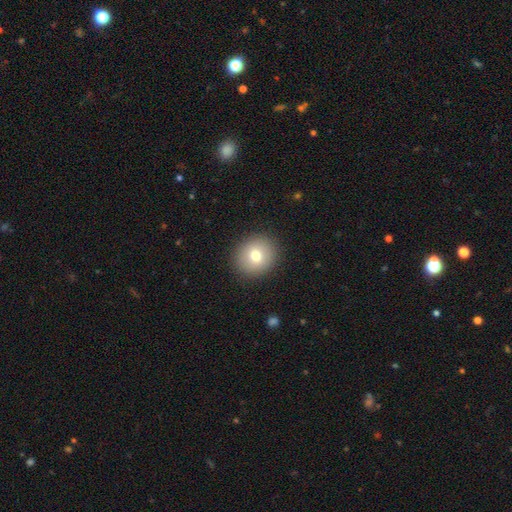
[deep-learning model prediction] Smooth or featured? Predicted: smooth (p=0.76). How rounded? Predicted: round (p=0.82). Merging? Predicted: none (p=0.90).